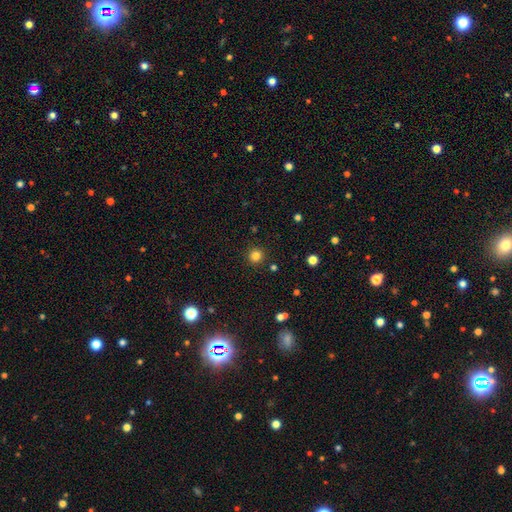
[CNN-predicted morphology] The model was most divided on "smooth or featured": smooth: 82%, star or artifact: 14%, featured or disk: 5%. More confident: how rounded — round (95%); merging — none (92%).